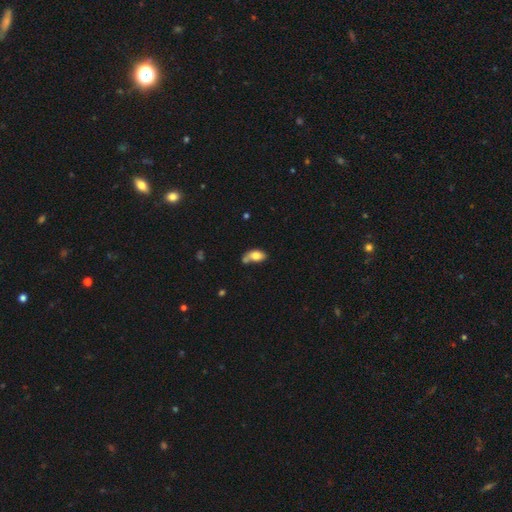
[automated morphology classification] Smooth or featured? Predicted: smooth (p=0.75). How rounded? Predicted: in between (p=0.87). Merging? Predicted: none (p=0.35).